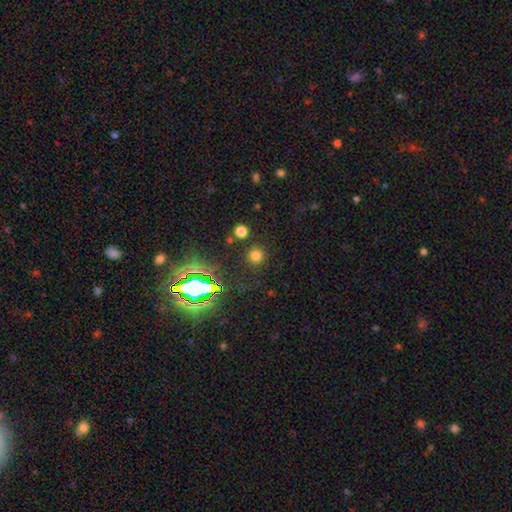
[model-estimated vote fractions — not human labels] A smooth galaxy with no disk features (71%) that is round (94%).

Vote fractions:
- Smooth or featured? smooth: 71% / star or artifact: 24% / featured or disk: 5%
- How rounded? round: 94% / in between: 5% / cigar-shaped: 1%
- Merging? none: 87% / minor disturbance: 6% / merger: 4% / major disturbance: 3%